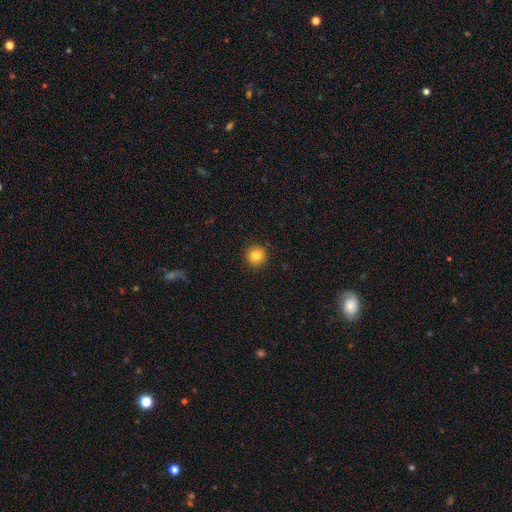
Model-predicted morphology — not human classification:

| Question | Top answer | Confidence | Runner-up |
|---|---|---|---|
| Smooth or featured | smooth | 84% | star or artifact (11%) |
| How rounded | round | 89% | in between (10%) |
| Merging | none | 90% | minor disturbance (7%) |